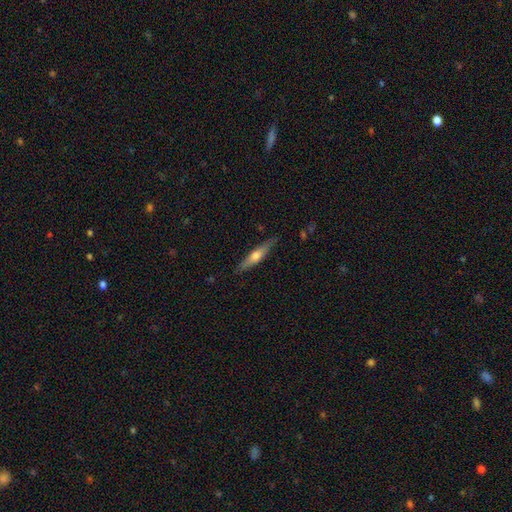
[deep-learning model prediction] The model was most divided on "smooth or featured": featured or disk: 52%, smooth: 43%, star or artifact: 6%. More confident: edge-on disk — yes (93%); merging — none (85%).